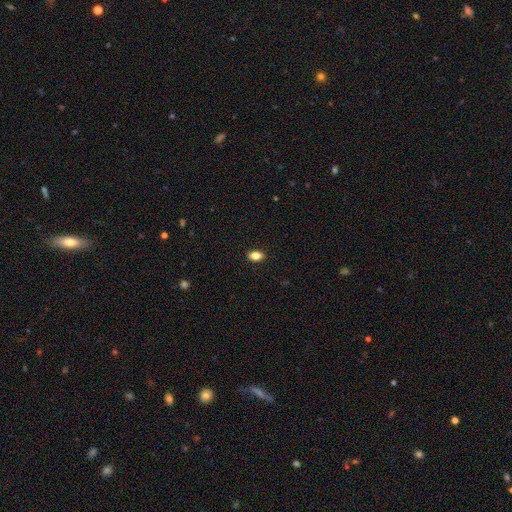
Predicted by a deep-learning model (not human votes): A smooth galaxy with no disk features (82%) that is in between round and cigar-shaped (86%). Merging: none (89%).